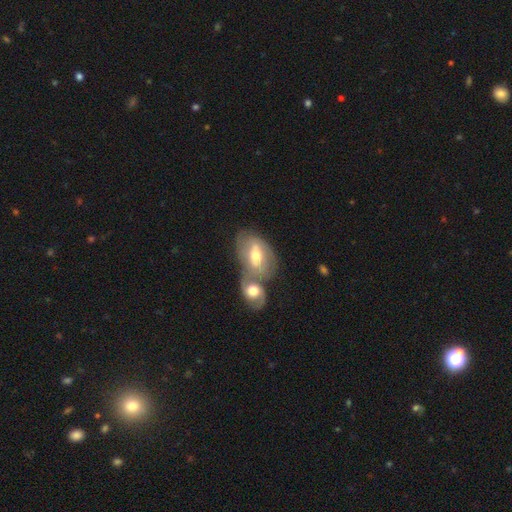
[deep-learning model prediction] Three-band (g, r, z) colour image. It shows a featured or disk galaxy (61%) with a weak bar (43%), spiral arms (66%) and a moderate central bulge (72%). Merging: merger (59%).